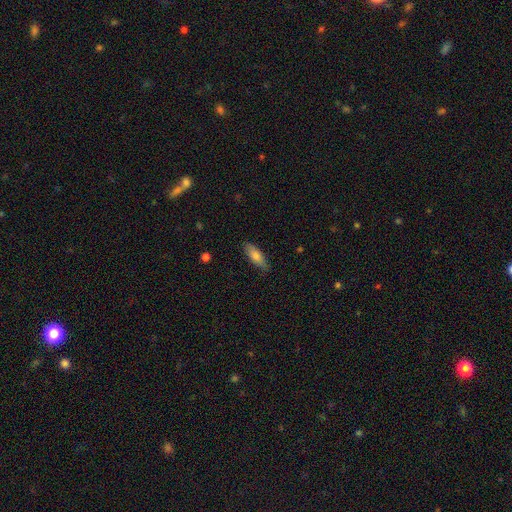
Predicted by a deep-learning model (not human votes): A smooth galaxy with no disk features (76%) that is in between round and cigar-shaped (55%). Merging: none (82%).